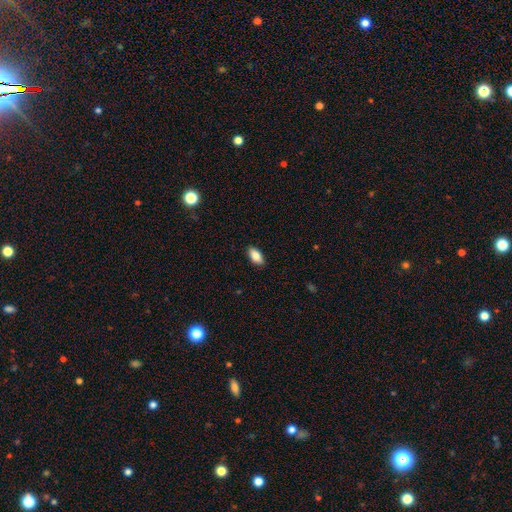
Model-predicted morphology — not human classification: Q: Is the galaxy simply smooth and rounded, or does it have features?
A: smooth — 84%.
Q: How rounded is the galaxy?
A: in between — 90%.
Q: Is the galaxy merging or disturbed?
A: none — 89%.